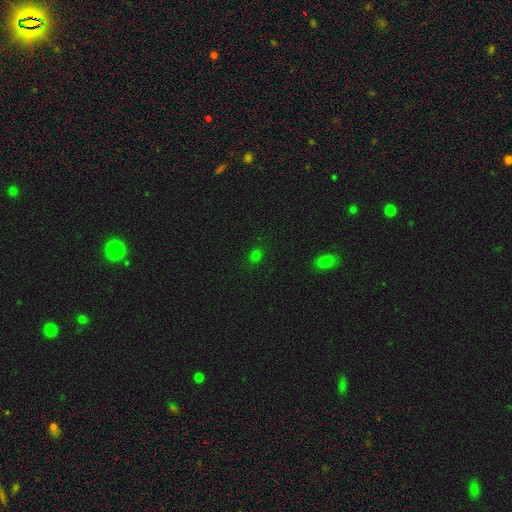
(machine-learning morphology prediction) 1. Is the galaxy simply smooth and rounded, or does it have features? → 73% smooth, 23% star or artifact, 5% featured or disk.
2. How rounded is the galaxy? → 67% round, 31% in between, 1% cigar-shaped.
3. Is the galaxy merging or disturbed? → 87% none, 9% minor disturbance, 3% major disturbance, 2% merger.